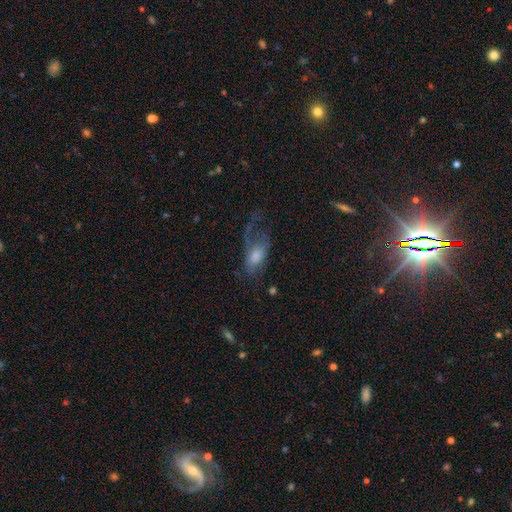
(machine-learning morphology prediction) A featured or disk galaxy (48%). Merging: major disturbance (46%).